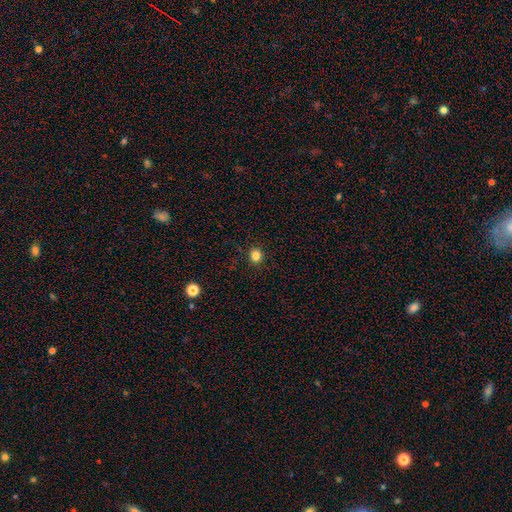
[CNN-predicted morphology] Q: Smooth or featured?
A: smooth (83%); runner-up: star or artifact (12%)
Q: How rounded?
A: round (82%); runner-up: in between (17%)
Q: Merging?
A: none (91%); runner-up: minor disturbance (6%)